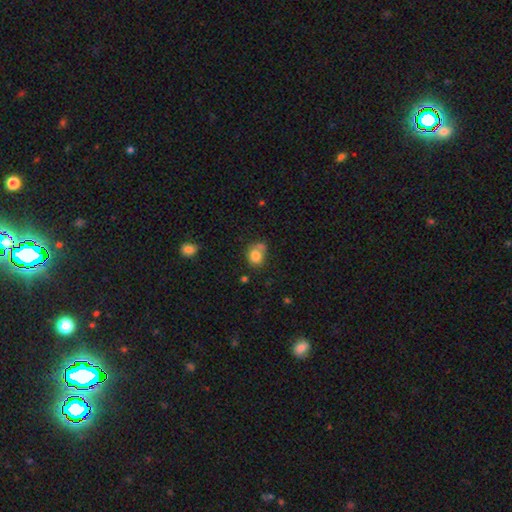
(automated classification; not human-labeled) This is likely a smooth galaxy (80%). How rounded: likely round (61%). Merging: possibly none (47%).